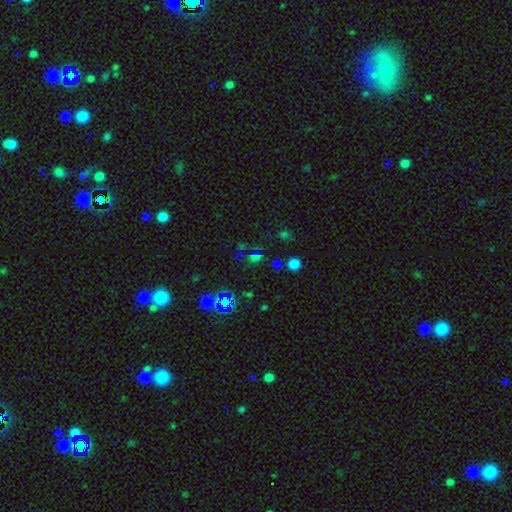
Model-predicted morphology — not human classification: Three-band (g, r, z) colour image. It shows a star or artifact, not a galaxy (45%).